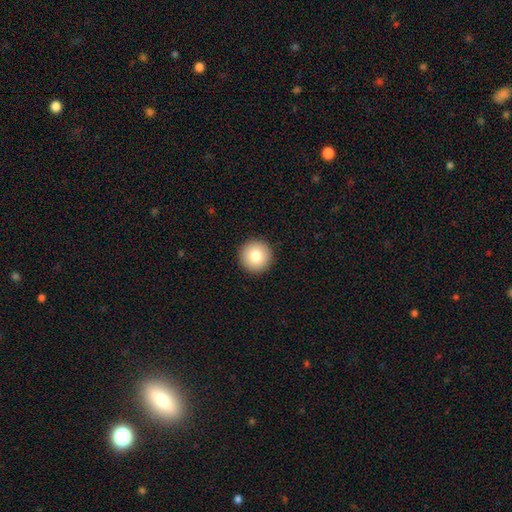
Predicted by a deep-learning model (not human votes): smooth 81%, featured or disk 10%, star or artifact 9%. Down the decision tree: how rounded — round (96%); merging — none (93%).